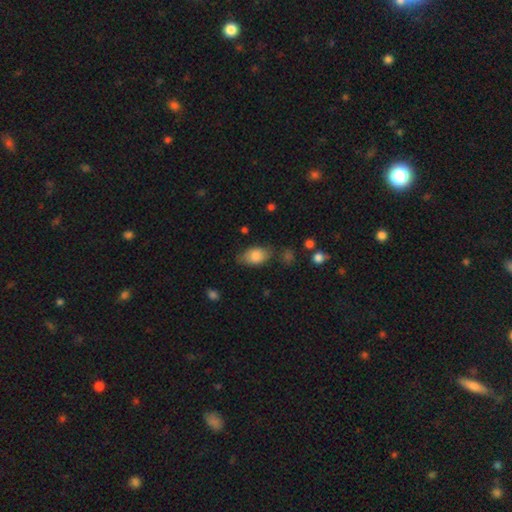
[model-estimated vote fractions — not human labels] Smooth or featured? Predicted: smooth (p=0.82). How rounded? Predicted: in between (p=0.90). Merging? Predicted: none (p=0.70).